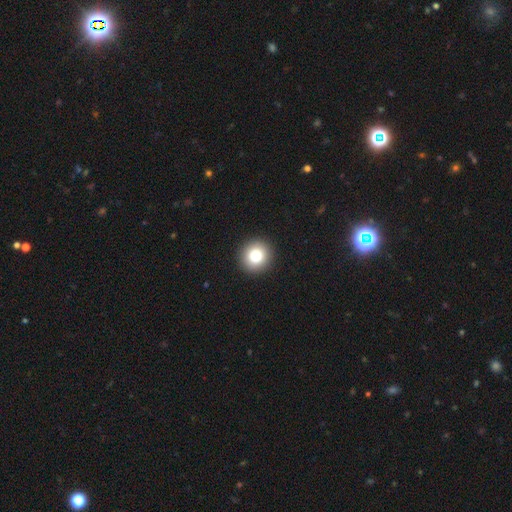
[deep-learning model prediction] The model was most divided on "smooth or featured": smooth: 81%, star or artifact: 11%, featured or disk: 9%. More confident: merging — none (93%); how rounded — round (92%).